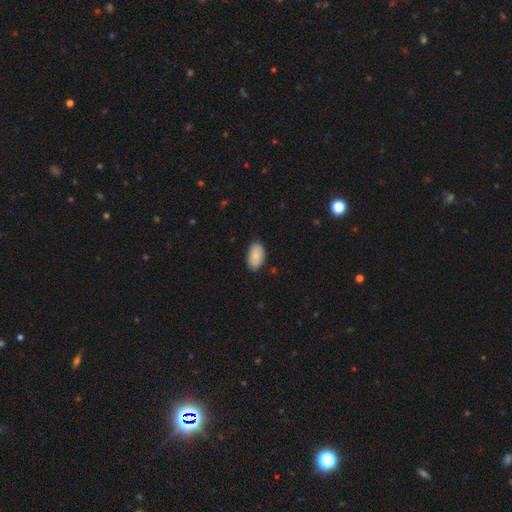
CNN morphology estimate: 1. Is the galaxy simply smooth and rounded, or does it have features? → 82% smooth, 11% featured or disk, 6% star or artifact.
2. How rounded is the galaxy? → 94% in between, 5% round, 1% cigar-shaped.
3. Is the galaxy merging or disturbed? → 85% none, 11% minor disturbance, 2% major disturbance, 1% merger.